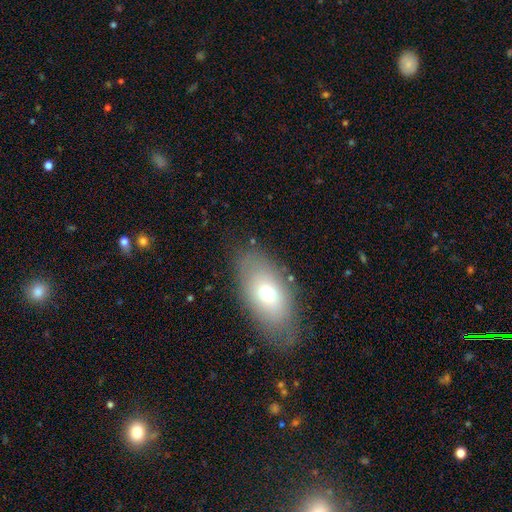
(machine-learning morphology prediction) smooth 63%, featured or disk 27%, star or artifact 10%. Down the decision tree: how rounded — in between (88%); merging — none (80%).